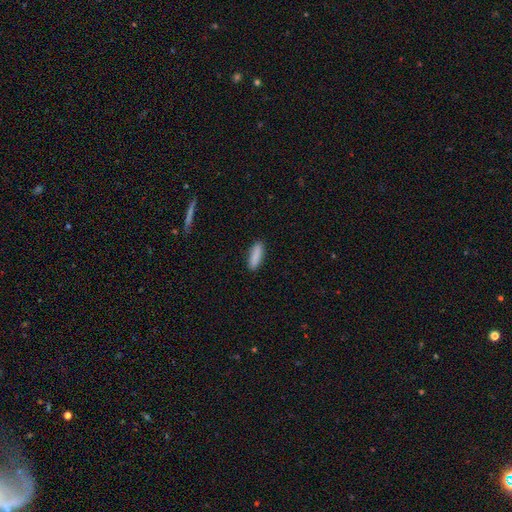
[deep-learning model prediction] smooth-or-featured: smooth: 88% | star or artifact: 6% | featured or disk: 6%
  how-rounded: cigar-shaped: 59% | in between: 39% | round: 2%
  merging: none: 89% | minor disturbance: 8% | major disturbance: 2% | merger: 1%